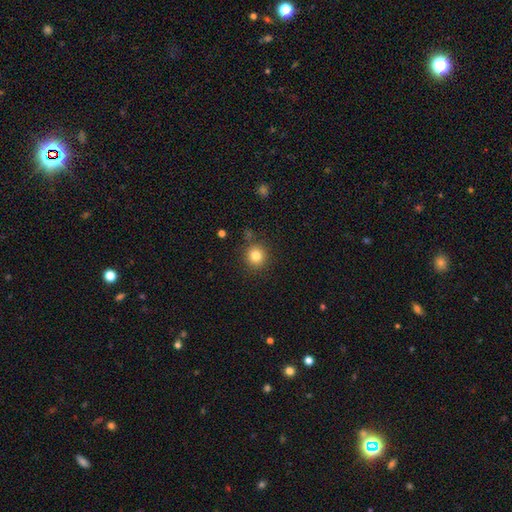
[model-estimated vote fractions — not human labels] A smooth galaxy with no disk features (82%) that is round (92%). Merging: none (85%).